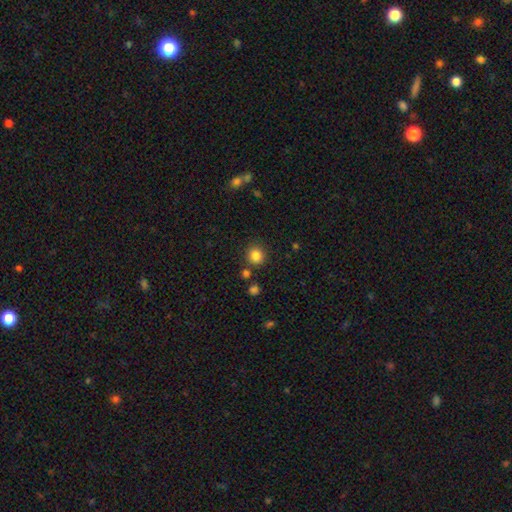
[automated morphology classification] A smooth galaxy with no disk features (84%) that is round (90%). Merging: none (83%).